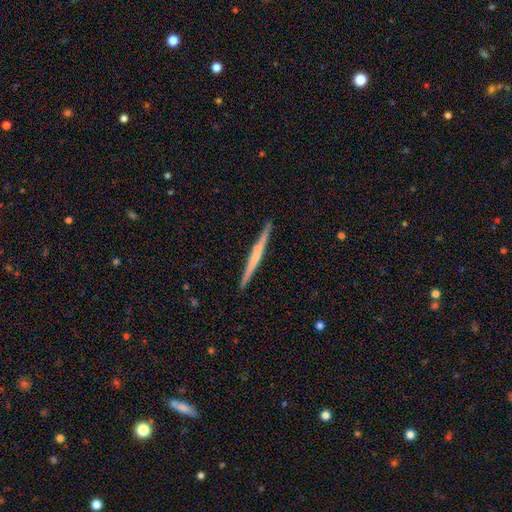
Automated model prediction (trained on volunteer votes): A featured or disk galaxy (59%) viewed edge-on (98%) with no central bulge (63%).

Vote fractions:
- Smooth or featured? featured or disk: 59% / smooth: 36% / star or artifact: 5%
- Edge-on disk? yes: 98% / no: 2%
- Edge-on bulge? none: 63% / rounded: 27% / boxy: 10%
- Merging? none: 91% / minor disturbance: 7% / merger: 1% / major disturbance: 1%